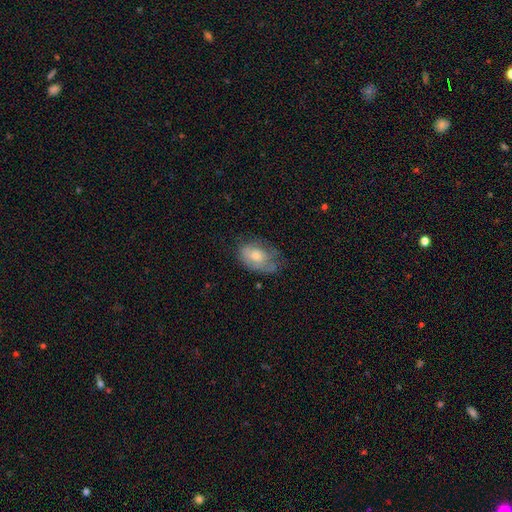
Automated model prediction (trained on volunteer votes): This is possibly a smooth galaxy (55%). How rounded: clearly in between (83%). Merging: possibly none (49%).